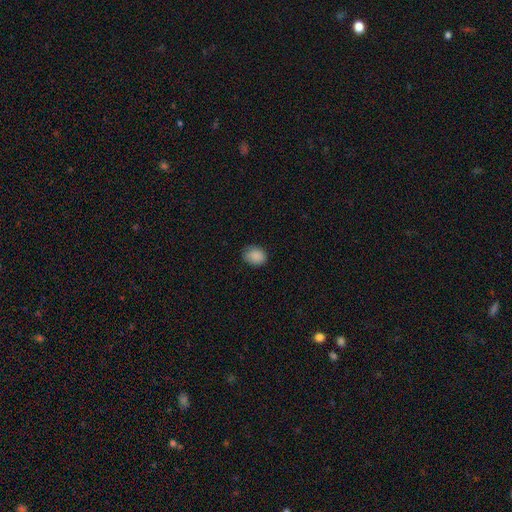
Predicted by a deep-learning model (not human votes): Overall: smooth (88%). How rounded: in between (53%; round 46%). Merging: none (80%).